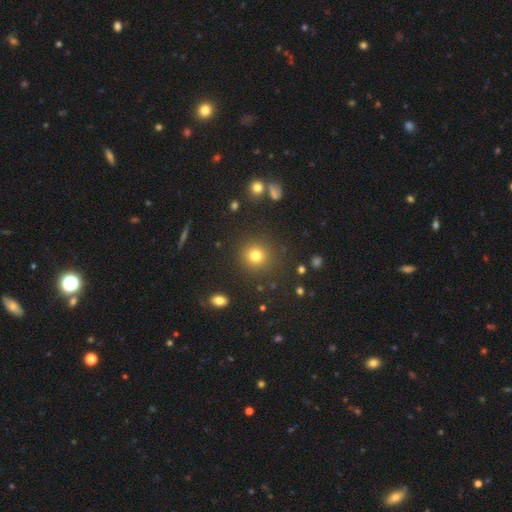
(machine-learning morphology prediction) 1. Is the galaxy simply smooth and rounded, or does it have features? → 78% smooth, 15% star or artifact, 7% featured or disk.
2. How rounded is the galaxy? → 92% round, 7% in between, 1% cigar-shaped.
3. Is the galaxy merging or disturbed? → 89% none, 6% minor disturbance, 3% major disturbance, 2% merger.